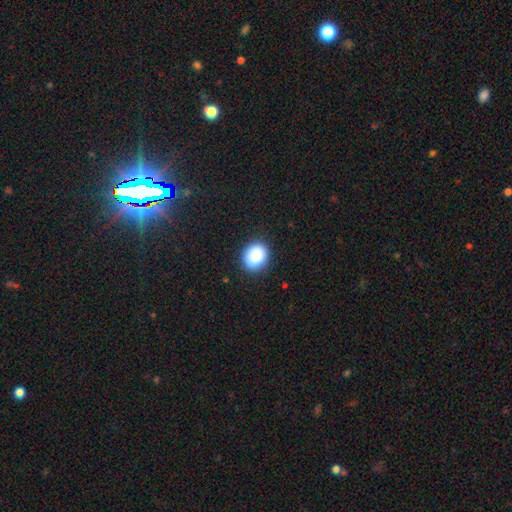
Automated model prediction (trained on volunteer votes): The model was most divided on "how rounded": round: 58%, in between: 41%, cigar-shaped: 1%. More confident: merging — none (88%); smooth or featured — smooth (87%).